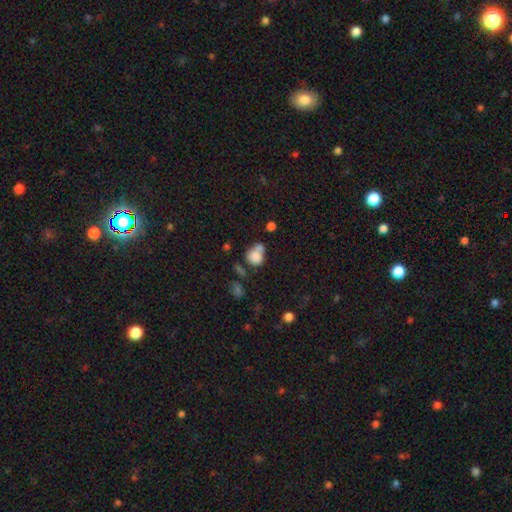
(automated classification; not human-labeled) smooth 80%, star or artifact 10%, featured or disk 10%. Down the decision tree: how rounded — round (62%); merging — merger (42%).